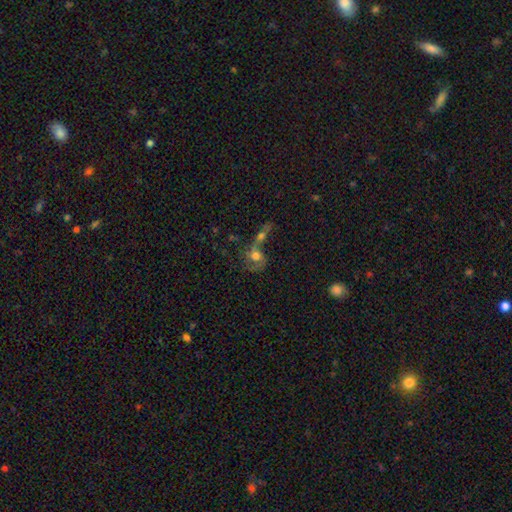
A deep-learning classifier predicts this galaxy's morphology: featured or disk 47%, smooth 42%, star or artifact 12%. Down the decision tree: merging — merger (67%).